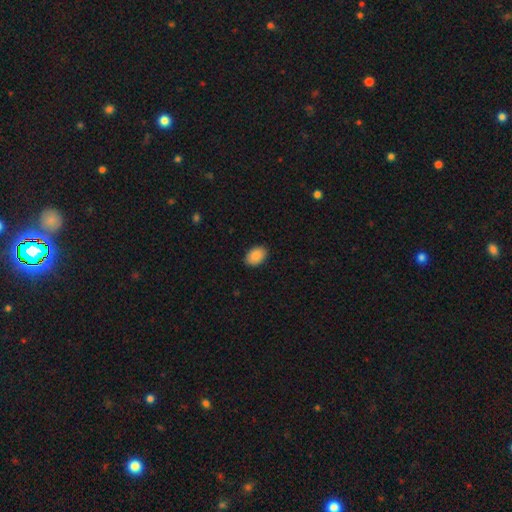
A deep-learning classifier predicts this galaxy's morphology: type=smooth (89%); roundness=in between (86%); merging=none (89%).